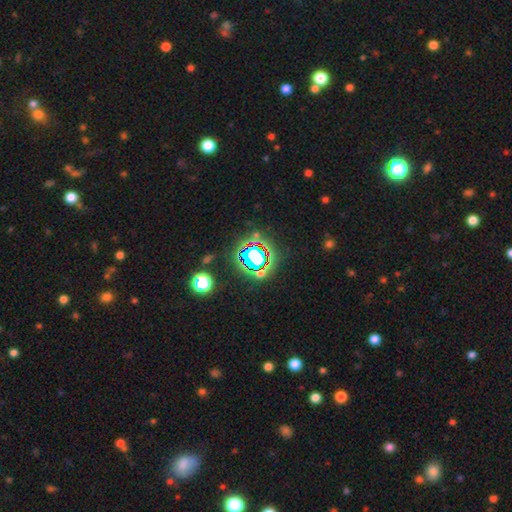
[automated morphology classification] Smooth or featured? Predicted: star or artifact (p=0.68).